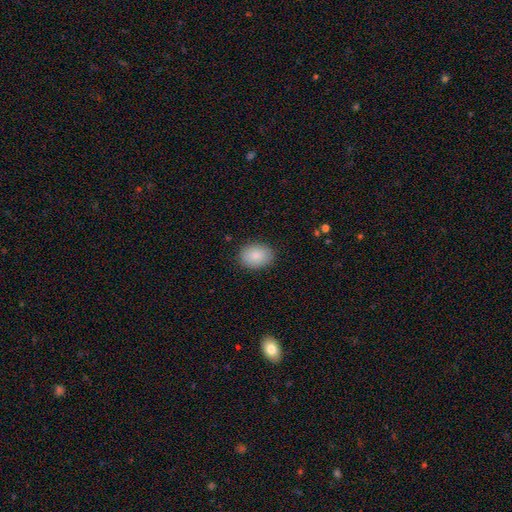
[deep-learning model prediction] smooth 86%, star or artifact 7%, featured or disk 6%. Down the decision tree: how rounded — in between (64%); merging — none (87%).